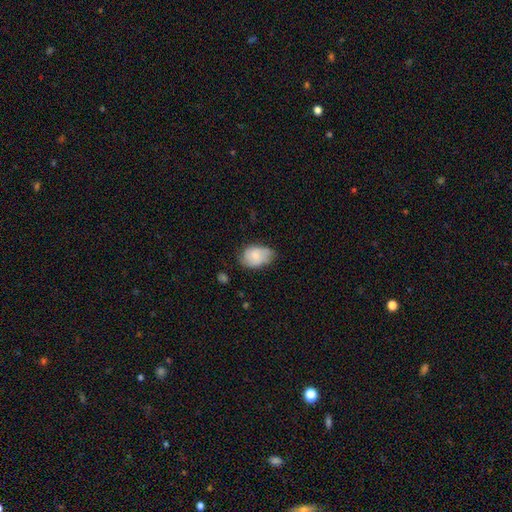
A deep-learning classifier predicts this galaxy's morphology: smooth_or_featured: smooth (p=0.61) [alt: featured or disk p=0.31]
how_rounded: in between (p=0.80) [alt: round p=0.19]
merging: none (p=0.57) [alt: minor disturbance p=0.33]